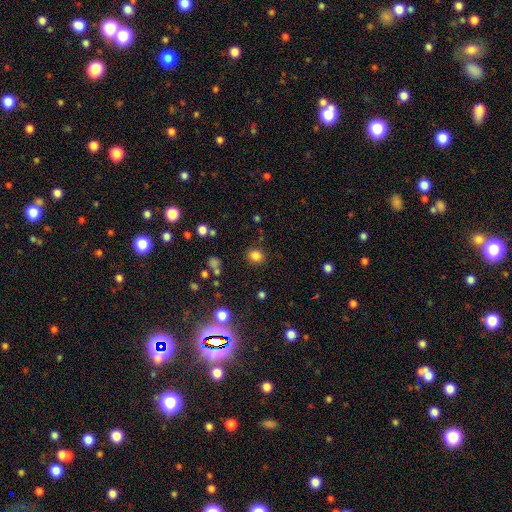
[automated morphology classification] type=smooth (81%); roundness=round (79%); merging=none (87%).